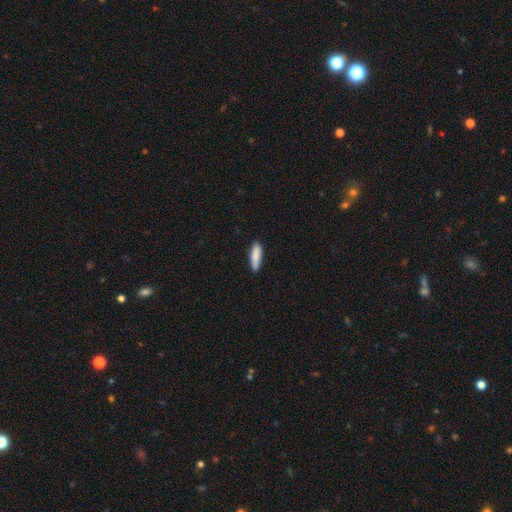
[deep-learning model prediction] The model was most divided on "how rounded": cigar-shaped: 63%, in between: 36%, round: 2%. More confident: smooth or featured — smooth (86%); merging — none (85%).